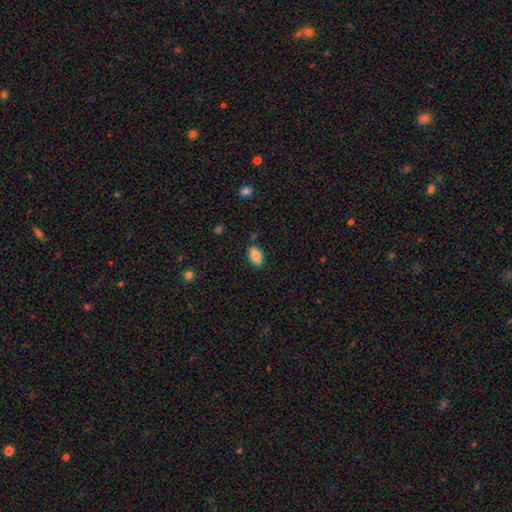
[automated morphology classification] The model was most divided on "merging": none: 82%, minor disturbance: 13%, major disturbance: 2%, merger: 2%. More confident: how rounded — in between (92%); smooth or featured — smooth (82%).